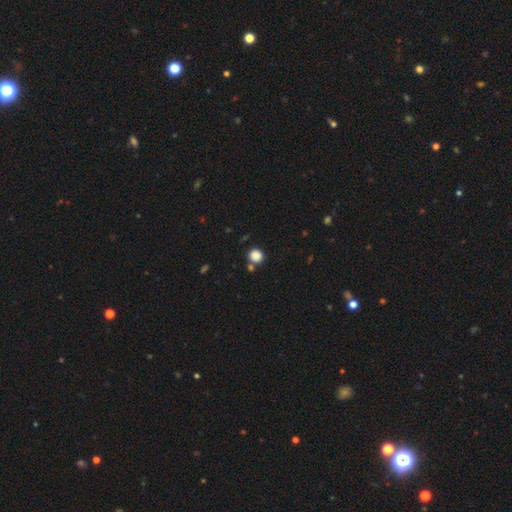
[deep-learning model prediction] smooth_or_featured: smooth (p=0.86) [alt: star or artifact p=0.11]
how_rounded: round (p=0.85) [alt: in between p=0.14]
merging: none (p=0.75) [alt: merger p=0.13]